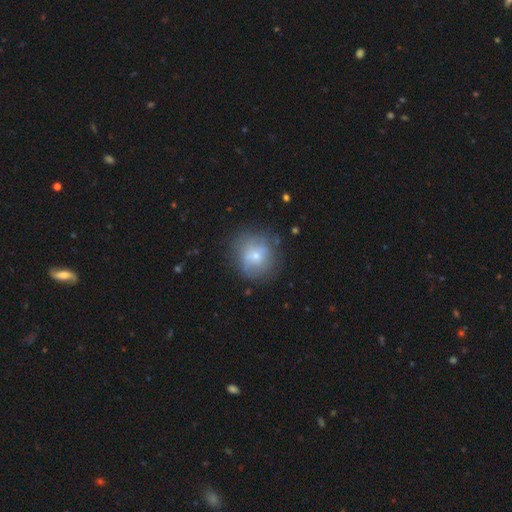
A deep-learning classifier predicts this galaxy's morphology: A smooth galaxy with no disk features (58%) that is round (88%).

Vote fractions:
- Smooth or featured? smooth: 58% / featured or disk: 31% / star or artifact: 11%
- How rounded? round: 88% / in between: 11% / cigar-shaped: 1%
- Merging? none: 71% / minor disturbance: 18% / major disturbance: 8% / merger: 2%